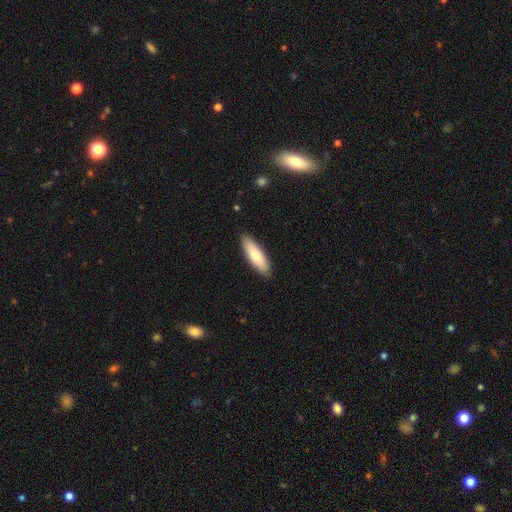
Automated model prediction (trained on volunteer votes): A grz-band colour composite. It shows a smooth galaxy with no disk features (79%) that is cigar-shaped (53%). Merging: none (89%).